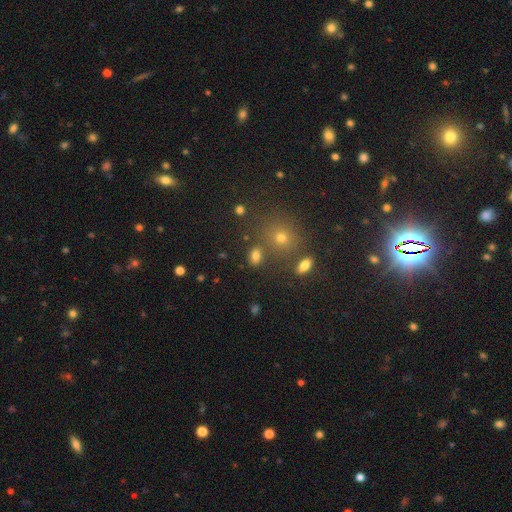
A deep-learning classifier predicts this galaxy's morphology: Smooth or featured?
  - smooth: 77% *
  - star or artifact: 15%
  - featured or disk: 8%
How rounded?
  - in between: 74% *
  - round: 24%
  - cigar-shaped: 2%
Merging?
  - none: 73% *
  - minor disturbance: 12%
  - merger: 10%
  - major disturbance: 5%